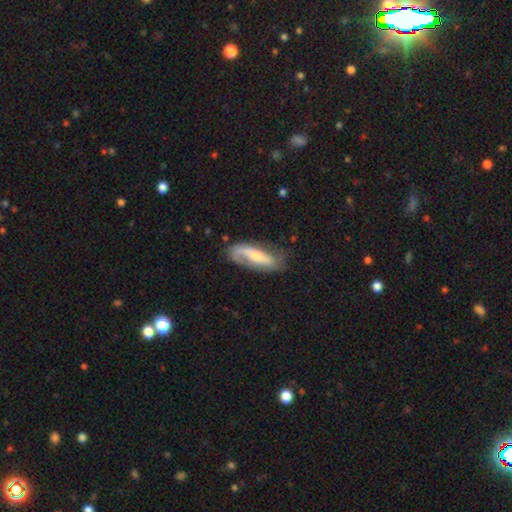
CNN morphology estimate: Overall: featured or disk (69%). Edge-on disk: no (85%). Bar: no (40%; weak 32%). Spiral arms: yes (87%). Spiral arm count: 2 (66%). Spiral winding: loose (40%; medium 36%). Bulge size: moderate (50%; small 40%). Merging: none (67%).